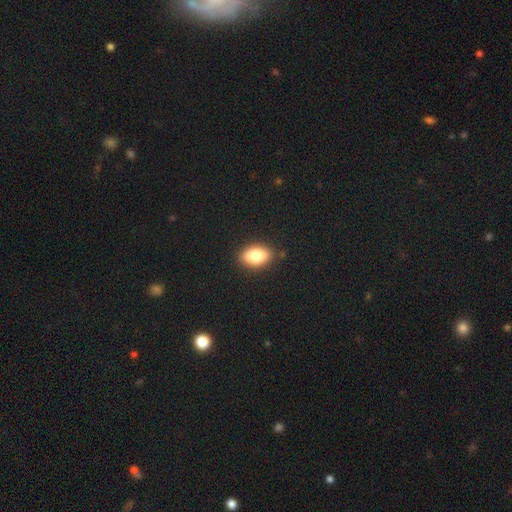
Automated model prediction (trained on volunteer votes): smooth-or-featured: smooth: 80% | featured or disk: 12% | star or artifact: 8%
  how-rounded: in between: 87% | round: 9% | cigar-shaped: 4%
  merging: none: 86% | minor disturbance: 10% | major disturbance: 2% | merger: 1%